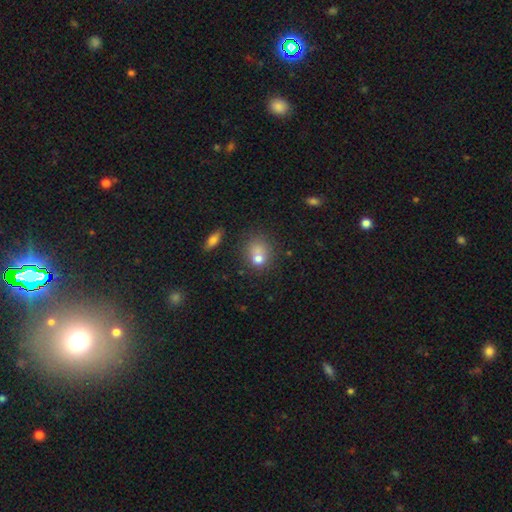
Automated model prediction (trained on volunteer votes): Q: Smooth or featured?
A: smooth (67%); runner-up: star or artifact (18%)
Q: How rounded?
A: round (67%); runner-up: in between (31%)
Q: Merging?
A: none (51%); runner-up: merger (28%)